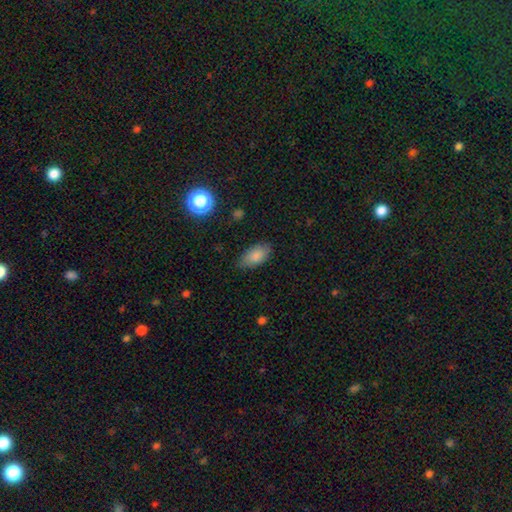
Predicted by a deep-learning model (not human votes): smooth_or_featured: smooth (p=0.83) [alt: featured or disk p=0.08]
how_rounded: in between (p=0.92) [alt: round p=0.04]
merging: none (p=0.76) [alt: minor disturbance p=0.19]